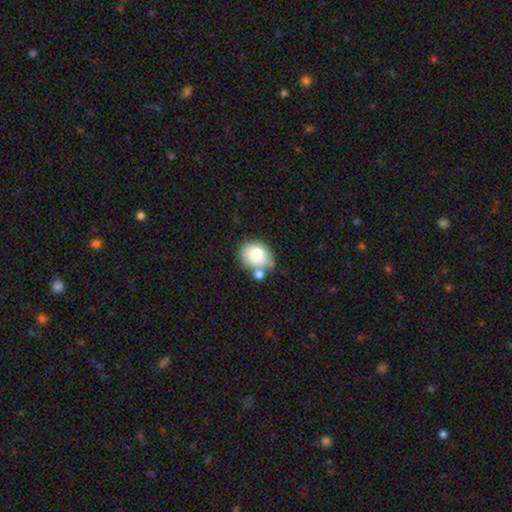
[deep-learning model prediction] Smooth or featured: smooth — 72% (featured or disk — 20%)
How rounded: in between — 53% (round — 46%)
Merging: none — 48% (merger — 24%)